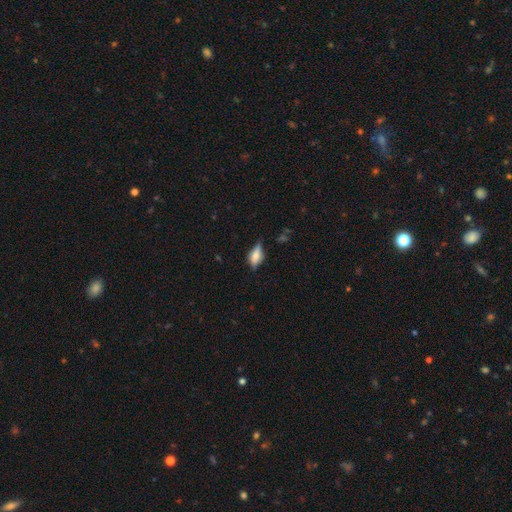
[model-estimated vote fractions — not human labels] The model was most divided on "smooth or featured": smooth: 57%, featured or disk: 34%, star or artifact: 9%. More confident: how rounded — in between (79%); merging — none (61%).